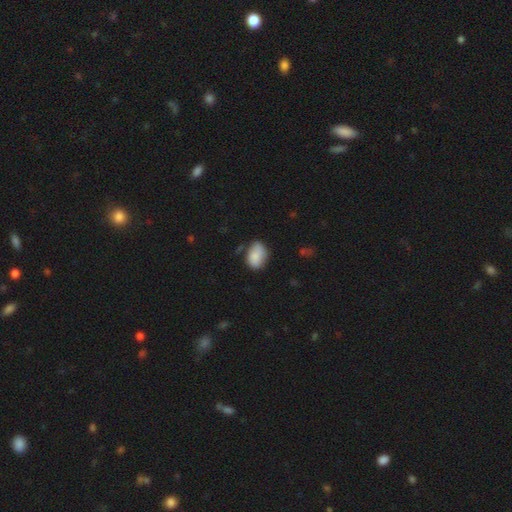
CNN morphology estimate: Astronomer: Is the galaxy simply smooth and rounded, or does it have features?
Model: smooth — 84%.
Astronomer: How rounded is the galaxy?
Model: in between — 82%.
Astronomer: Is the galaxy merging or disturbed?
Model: none — 60%.